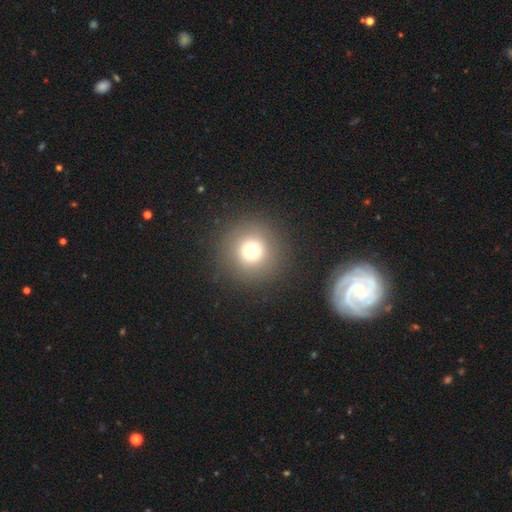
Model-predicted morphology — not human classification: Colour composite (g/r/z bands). It shows a smooth galaxy with no disk features (71%) that is round (95%). Merging: none (88%).